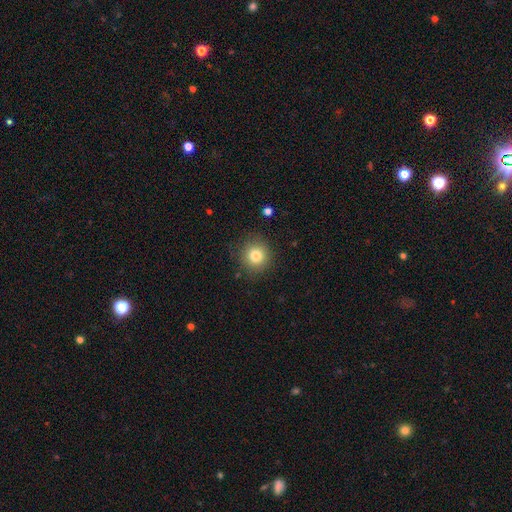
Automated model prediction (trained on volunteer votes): This appears to be a smooth galaxy with no disk features (80%) that is round (93%). Merging: none (88%).